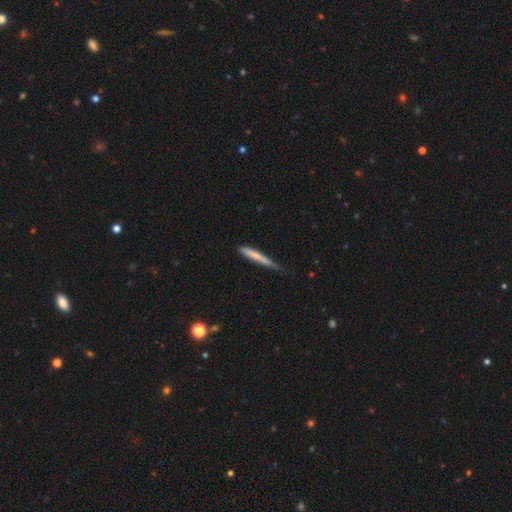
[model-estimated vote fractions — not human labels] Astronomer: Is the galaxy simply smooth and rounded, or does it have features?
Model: smooth — 68%.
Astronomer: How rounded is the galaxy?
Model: cigar-shaped — 96%.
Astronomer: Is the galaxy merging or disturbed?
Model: none — 58% (runner-up: minor disturbance, 34%).